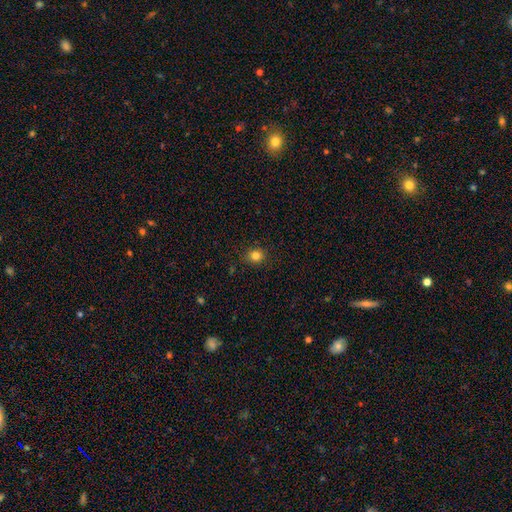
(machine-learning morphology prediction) type=smooth (82%); roundness=round (75%); merging=none (88%).